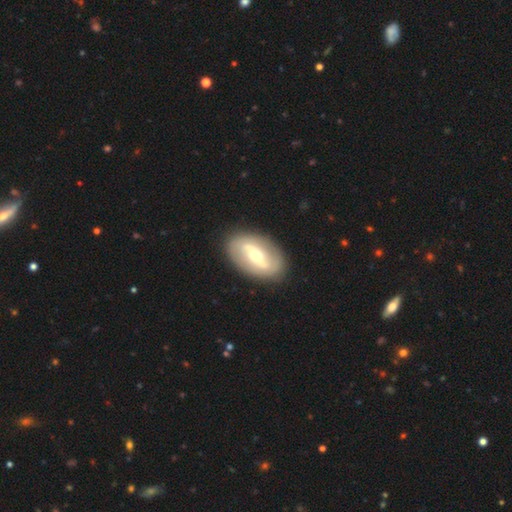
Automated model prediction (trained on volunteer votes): Morphology: type=featured or disk (71%); edge-on=no (91%); bar=strong (51%); spiral arms=yes (61%); bulge=moderate (62%); merging=none (88%).